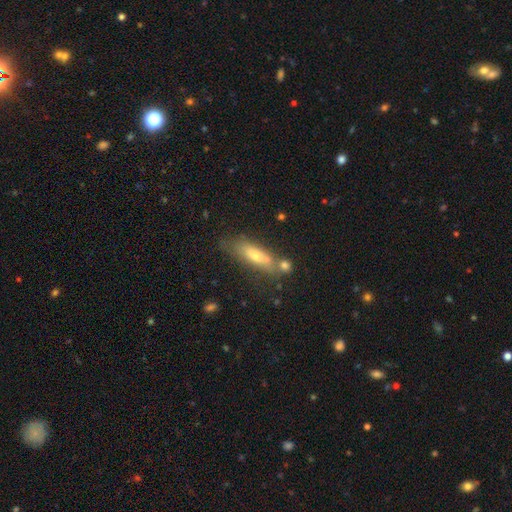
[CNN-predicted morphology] A smooth galaxy with no disk features (56%) that is cigar-shaped (57%). Merging: none (60%).